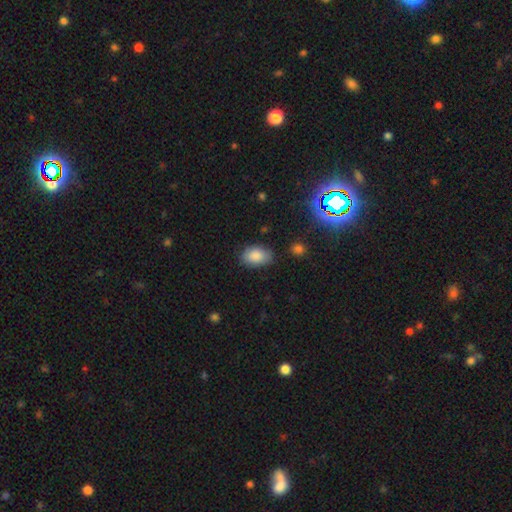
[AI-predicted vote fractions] Morphology: type=smooth (86%); roundness=in between (88%); merging=none (78%).